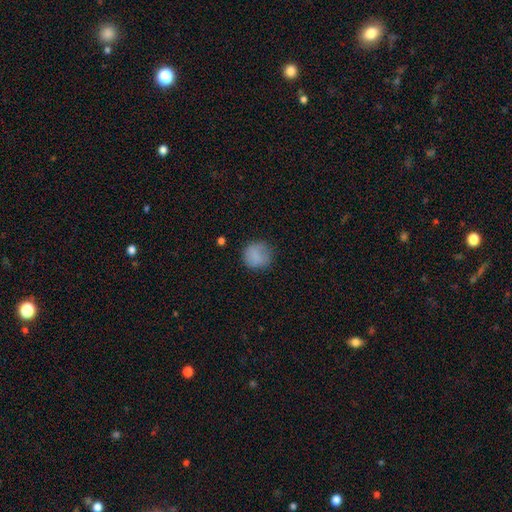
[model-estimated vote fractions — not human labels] Overall: smooth (83%). How rounded: round (89%). Merging: none (75%).